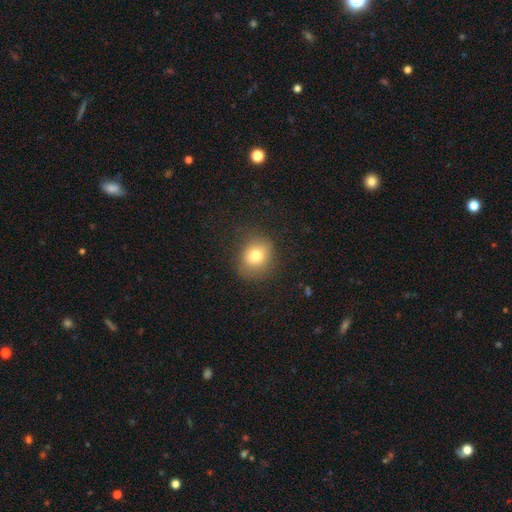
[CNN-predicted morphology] type=smooth (77%); roundness=round (66%); merging=none (79%).